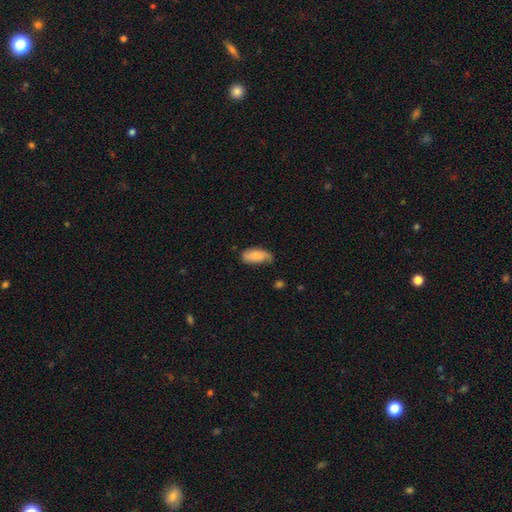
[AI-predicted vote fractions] Smooth or featured? smooth (82%)
How rounded? in between (89%)
Merging? none (52%)